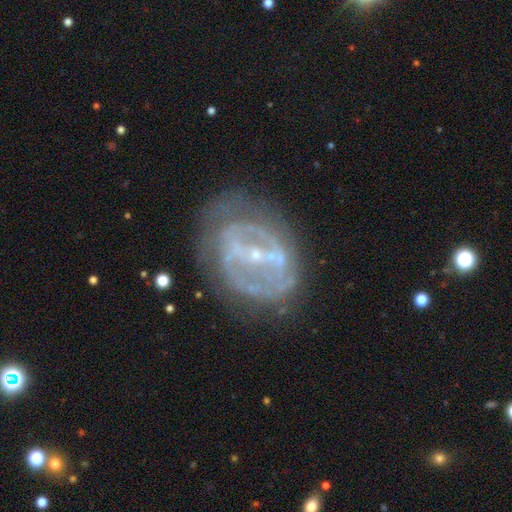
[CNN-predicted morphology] The model was most divided on "spiral arms": yes: 62%, no: 38%. More confident: edge-on disk — no (94%); bulge size — small (84%); smooth or featured — featured or disk (83%); bar — strong (64%); merging — none (63%).